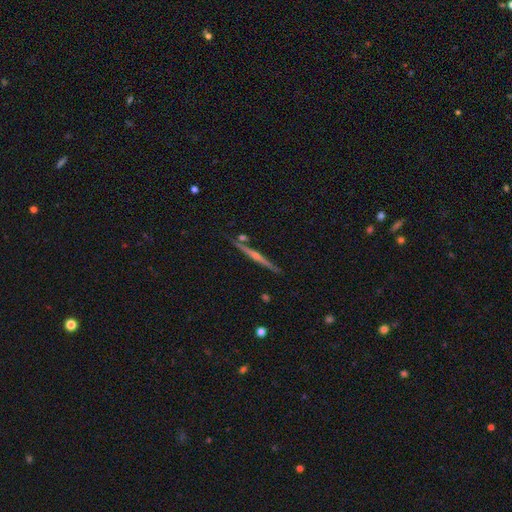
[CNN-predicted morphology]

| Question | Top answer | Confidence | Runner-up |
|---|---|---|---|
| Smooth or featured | featured or disk | 82% | smooth (11%) |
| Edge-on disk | yes | 98% | no (2%) |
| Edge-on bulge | rounded | 83% | none (12%) |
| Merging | none | 87% | minor disturbance (8%) |